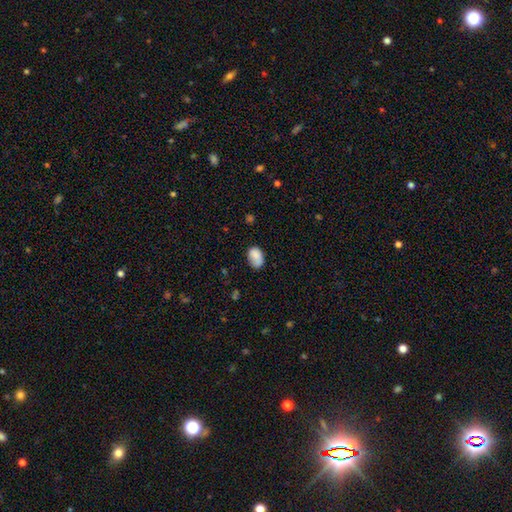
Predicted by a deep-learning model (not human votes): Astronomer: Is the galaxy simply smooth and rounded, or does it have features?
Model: smooth — 82%.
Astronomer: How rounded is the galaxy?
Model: in between — 81%.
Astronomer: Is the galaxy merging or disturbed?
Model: none — 60%.